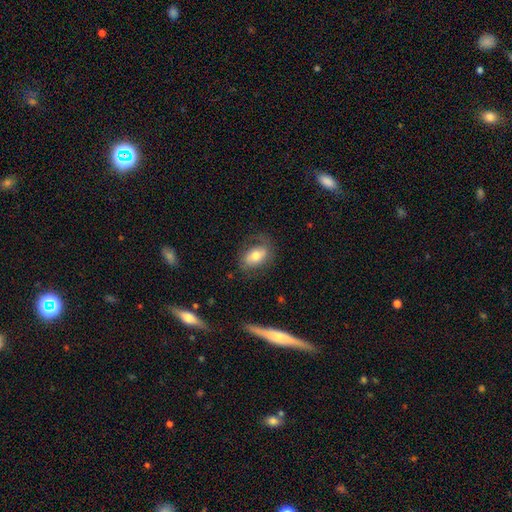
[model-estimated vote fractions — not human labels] Smooth or featured? smooth (60%)
How rounded? in between (84%)
Merging? none (65%)